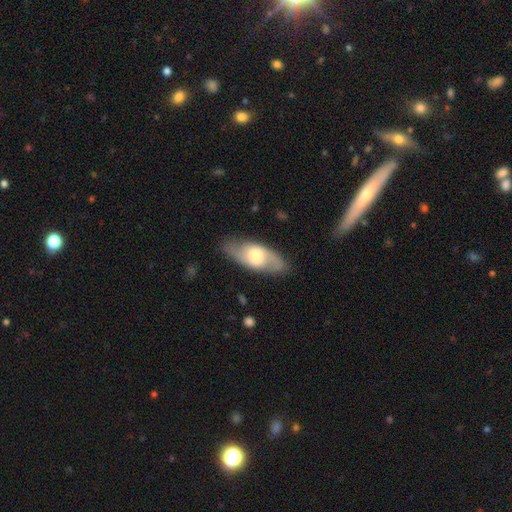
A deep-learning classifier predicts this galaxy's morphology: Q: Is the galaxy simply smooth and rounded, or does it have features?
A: featured or disk — 55%.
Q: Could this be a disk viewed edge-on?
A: no — 81%.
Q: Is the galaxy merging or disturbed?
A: none — 82%.